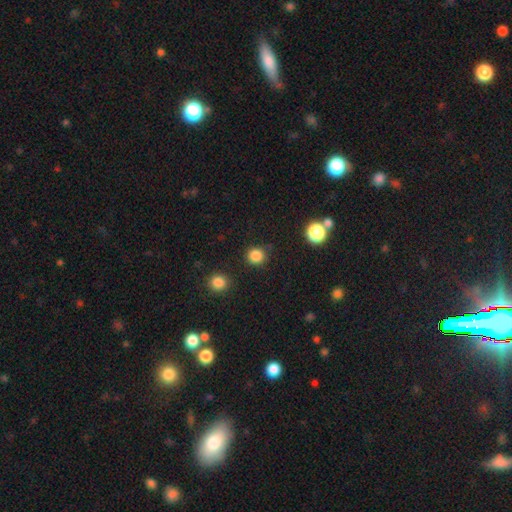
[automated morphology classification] Smooth or featured? smooth (84%)
How rounded? round (92%)
Merging? none (88%)